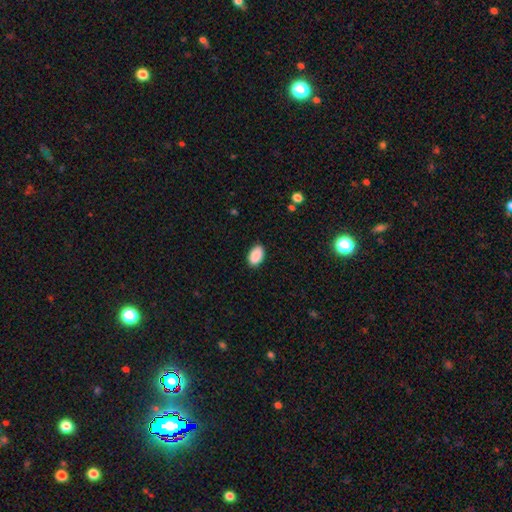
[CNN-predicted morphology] Smooth or featured? smooth (90%)
How rounded? in between (94%)
Merging? none (86%)